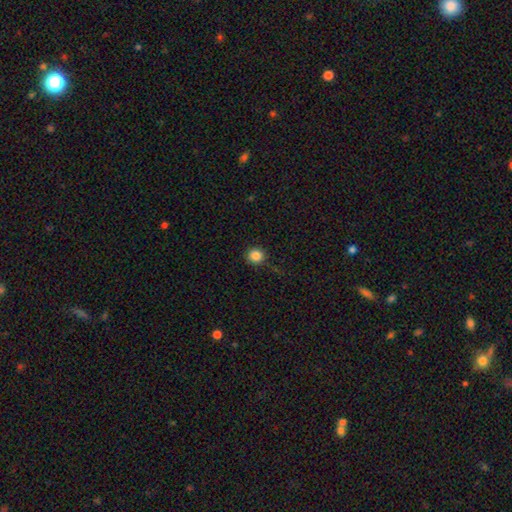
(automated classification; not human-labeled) This is clearly a smooth galaxy (85%). How rounded: clearly round (93%). Merging: clearly none (88%).